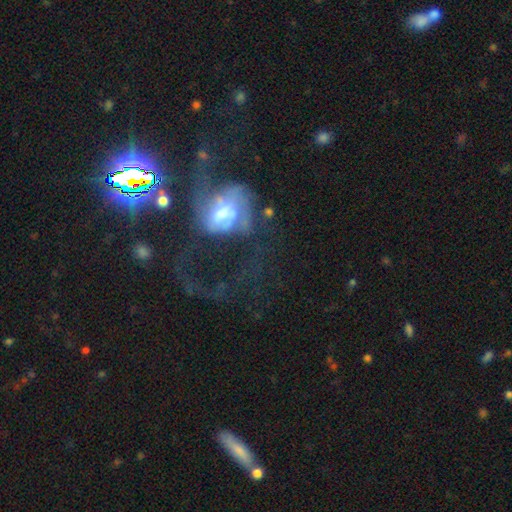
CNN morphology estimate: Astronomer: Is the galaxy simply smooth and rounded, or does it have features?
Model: featured or disk — 69%.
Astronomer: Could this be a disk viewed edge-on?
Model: no — 96%.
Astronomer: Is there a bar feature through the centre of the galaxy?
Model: no — 53% (runner-up: weak, 33%).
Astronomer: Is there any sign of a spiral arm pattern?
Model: yes — 83%.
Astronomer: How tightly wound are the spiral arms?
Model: loose — 48% (runner-up: medium, 39%).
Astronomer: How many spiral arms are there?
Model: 2 — 74%.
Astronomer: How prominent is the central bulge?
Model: moderate — 51%.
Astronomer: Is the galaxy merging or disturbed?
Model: none — 42% (runner-up: major disturbance, 38%).